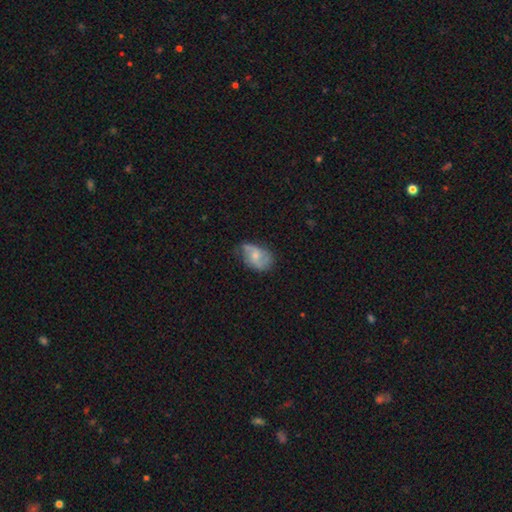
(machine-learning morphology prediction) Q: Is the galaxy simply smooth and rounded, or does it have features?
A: featured or disk — 59%.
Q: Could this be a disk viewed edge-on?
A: no — 97%.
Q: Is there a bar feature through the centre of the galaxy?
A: no — 56%.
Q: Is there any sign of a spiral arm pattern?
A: yes — 85%.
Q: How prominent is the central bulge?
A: small — 51%.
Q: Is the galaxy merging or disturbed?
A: none — 57%.